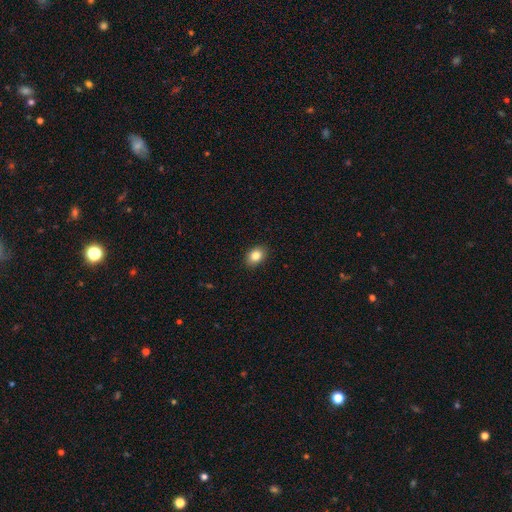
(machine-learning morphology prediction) Smooth or featured: smooth — 84% (star or artifact — 9%)
How rounded: in between — 72% (round — 26%)
Merging: none — 90% (minor disturbance — 8%)